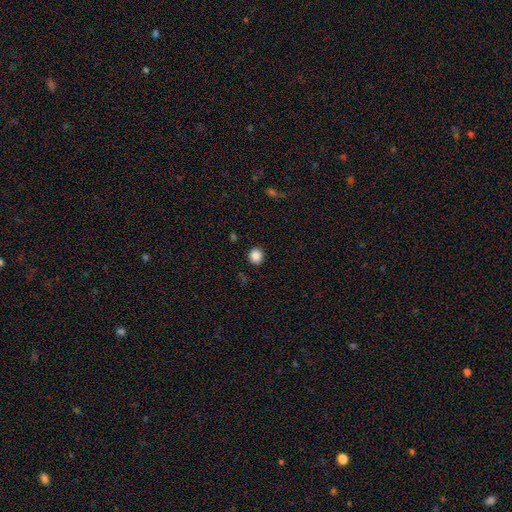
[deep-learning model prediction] Smooth or featured?
  - smooth: 86% *
  - star or artifact: 10%
  - featured or disk: 3%
How rounded?
  - round: 90% *
  - in between: 9%
  - cigar-shaped: 1%
Merging?
  - none: 91% *
  - minor disturbance: 6%
  - major disturbance: 2%
  - merger: 1%